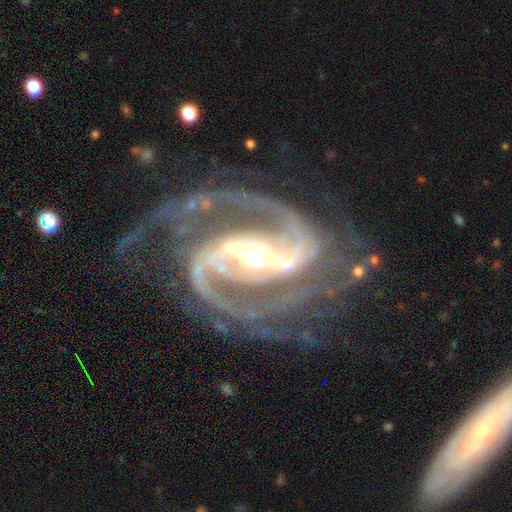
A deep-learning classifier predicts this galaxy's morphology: featured or disk 94%, star or artifact 4%, smooth 2%. Down the decision tree: edge-on disk — no (98%); bar — strong (73%); spiral arms — yes (99%); spiral arm count — 2 (78%); spiral winding — medium (58%); bulge size — moderate (59%); merging — none (66%).